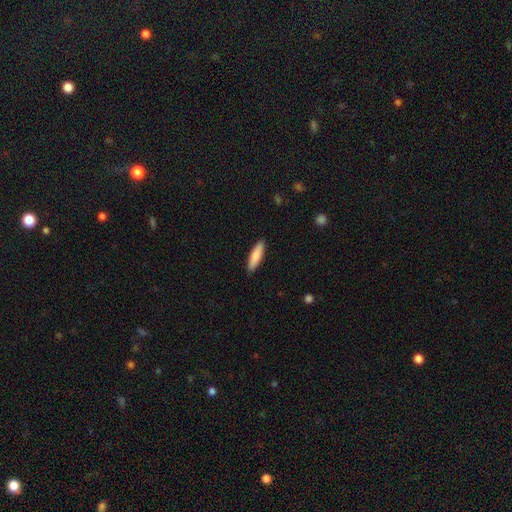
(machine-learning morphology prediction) Q: Smooth or featured?
A: smooth (83%); runner-up: featured or disk (12%)
Q: How rounded?
A: cigar-shaped (68%); runner-up: in between (30%)
Q: Merging?
A: none (90%); runner-up: minor disturbance (7%)